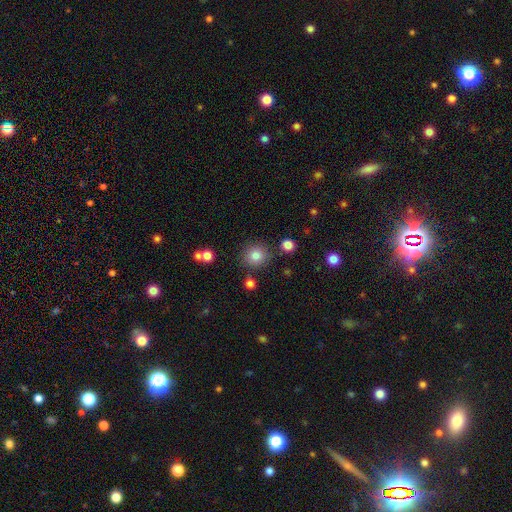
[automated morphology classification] This is clearly a smooth galaxy (80%). How rounded: clearly round (91%). Merging: clearly none (84%).